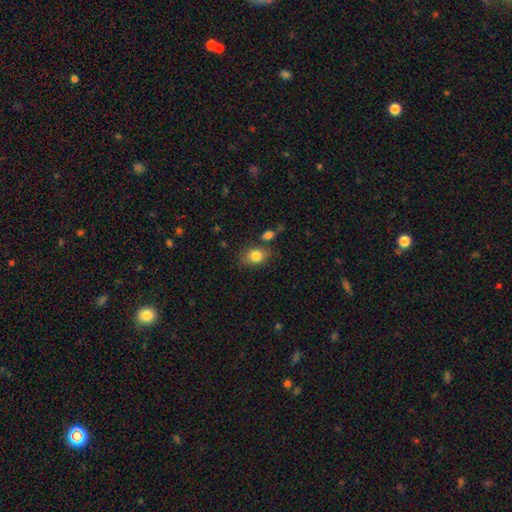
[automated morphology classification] A smooth galaxy with no disk features (83%) that is in between round and cigar-shaped (65%).

Vote fractions:
- Smooth or featured? smooth: 83% / star or artifact: 9% / featured or disk: 8%
- How rounded? in between: 65% / round: 34% / cigar-shaped: 1%
- Merging? none: 71% / minor disturbance: 16% / merger: 8% / major disturbance: 5%